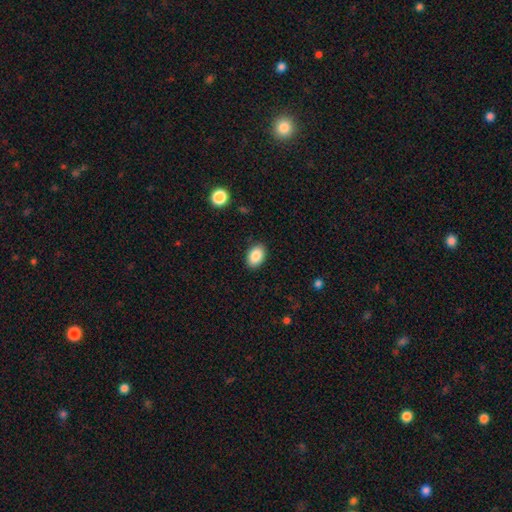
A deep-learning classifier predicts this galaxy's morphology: smooth-or-featured: smooth: 87% | star or artifact: 8% | featured or disk: 5%
  how-rounded: in between: 86% | round: 13% | cigar-shaped: 1%
  merging: none: 89% | minor disturbance: 8% | major disturbance: 2% | merger: 1%